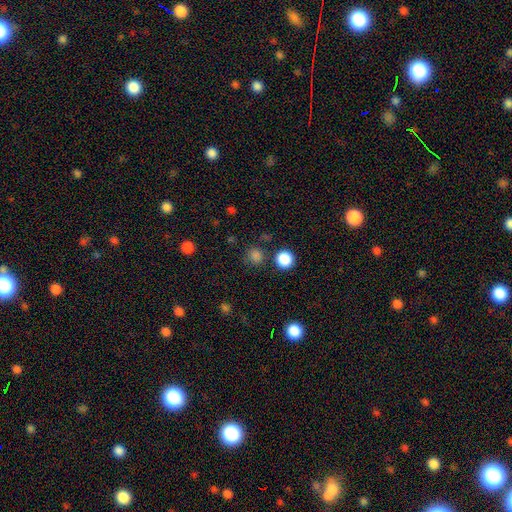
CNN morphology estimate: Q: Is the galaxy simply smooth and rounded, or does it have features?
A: smooth — 80%.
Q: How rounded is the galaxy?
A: round — 92%.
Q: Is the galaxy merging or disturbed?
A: none — 82%.